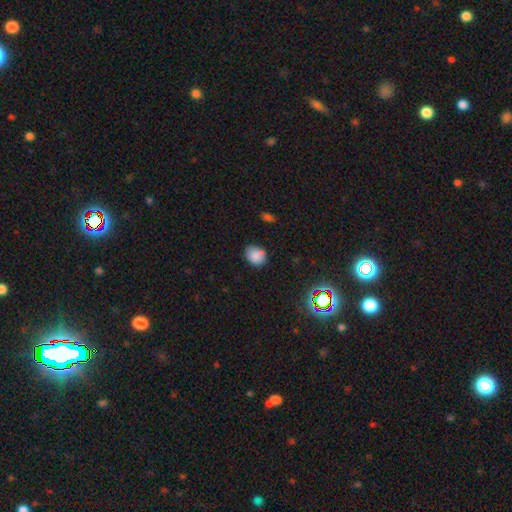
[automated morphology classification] Smooth or featured?
  - smooth: 84% *
  - star or artifact: 10%
  - featured or disk: 6%
How rounded?
  - round: 61% *
  - in between: 38%
  - cigar-shaped: 1%
Merging?
  - none: 72% *
  - minor disturbance: 20%
  - major disturbance: 4%
  - merger: 3%